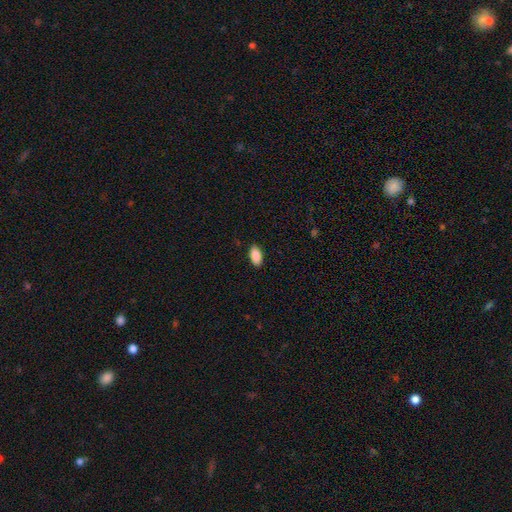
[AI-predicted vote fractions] smooth-or-featured: smooth: 89% | star or artifact: 7% | featured or disk: 5%
  how-rounded: in between: 93% | cigar-shaped: 4% | round: 3%
  merging: none: 89% | minor disturbance: 8% | major disturbance: 2% | merger: 1%